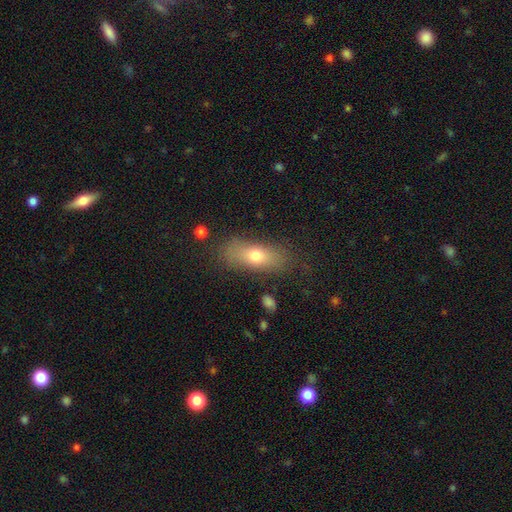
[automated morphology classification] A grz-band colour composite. It shows a smooth galaxy with no disk features (69%) that is in between round and cigar-shaped (66%). Merging: none (75%).